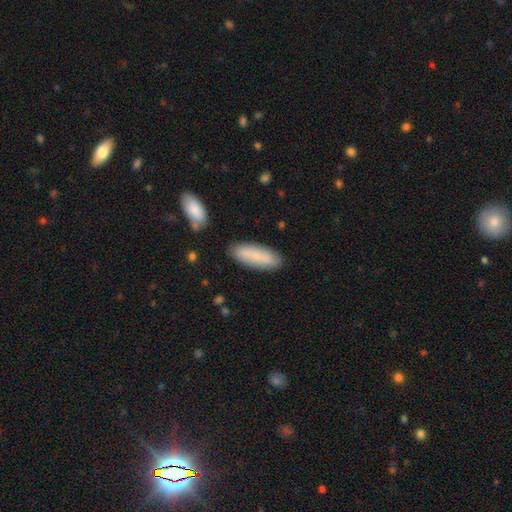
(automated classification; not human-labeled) Q: Smooth or featured?
A: smooth (77%); runner-up: featured or disk (17%)
Q: How rounded?
A: in between (61%); runner-up: cigar-shaped (37%)
Q: Merging?
A: none (83%); runner-up: minor disturbance (11%)